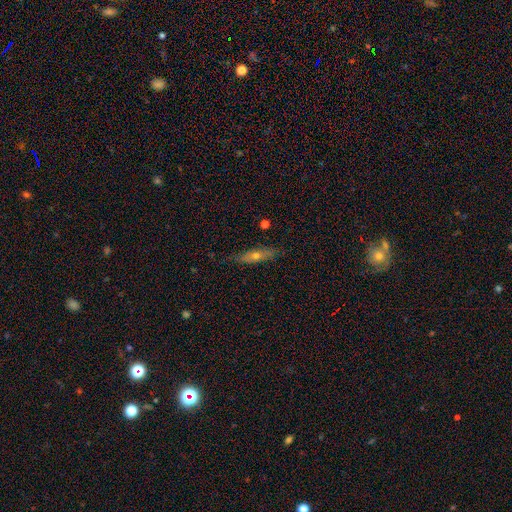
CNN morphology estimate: Smooth or featured?
  - smooth: 48% *
  - featured or disk: 45%
  - star or artifact: 7%
Merging?
  - none: 80% *
  - minor disturbance: 16%
  - major disturbance: 3%
  - merger: 1%